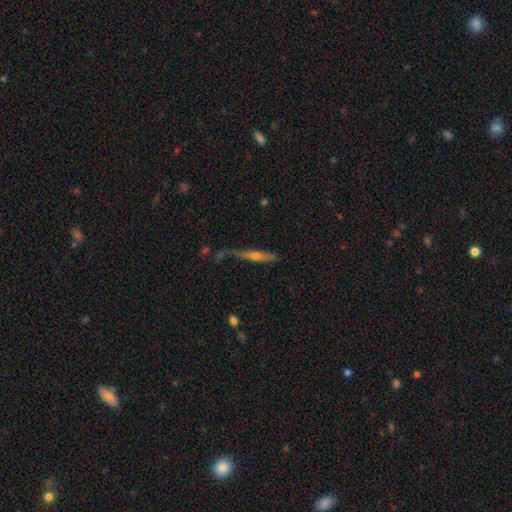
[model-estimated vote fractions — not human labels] A featured or disk galaxy (68%) viewed edge-on (95%) with a rounded central bulge (82%). Merging: none (69%).